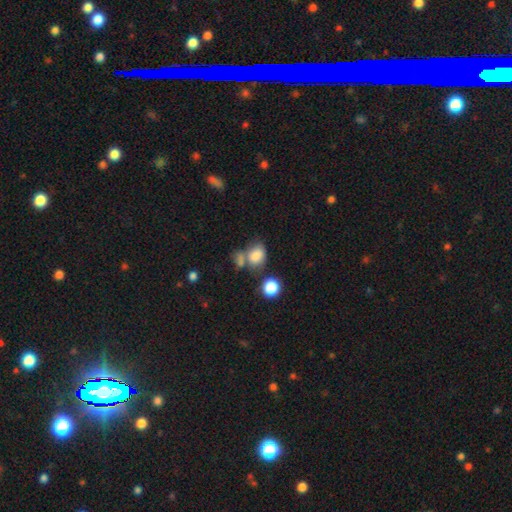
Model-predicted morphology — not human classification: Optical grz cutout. It shows a smooth galaxy with no disk features (80%) that is in between round and cigar-shaped (65%). Merging: none (39%).